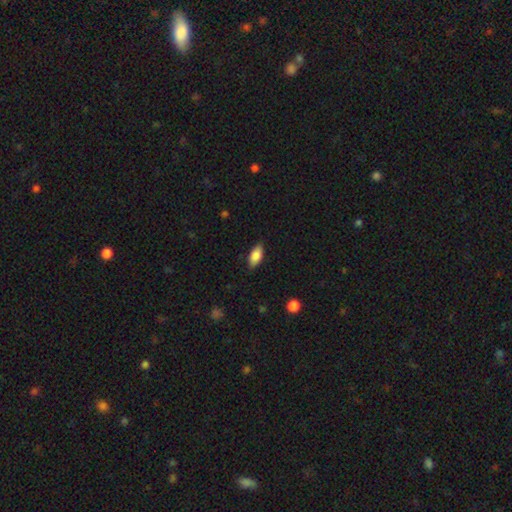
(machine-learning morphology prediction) type=smooth (80%); roundness=in between (85%); merging=none (85%).